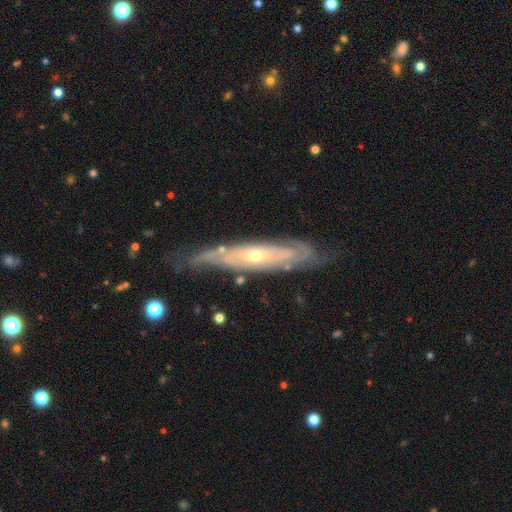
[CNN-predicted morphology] Overall: featured or disk (82%). Edge-on disk: no (59%; yes 41%). Merging: none (71%).